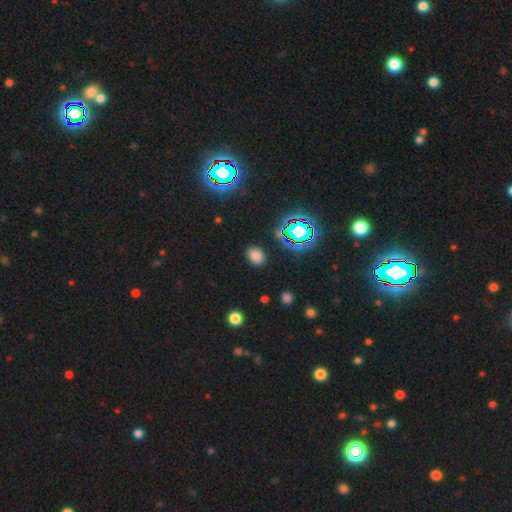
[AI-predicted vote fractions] Smooth or featured? Predicted: smooth (p=0.74). How rounded? Predicted: in between (p=0.75). Merging? Predicted: none (p=0.86).